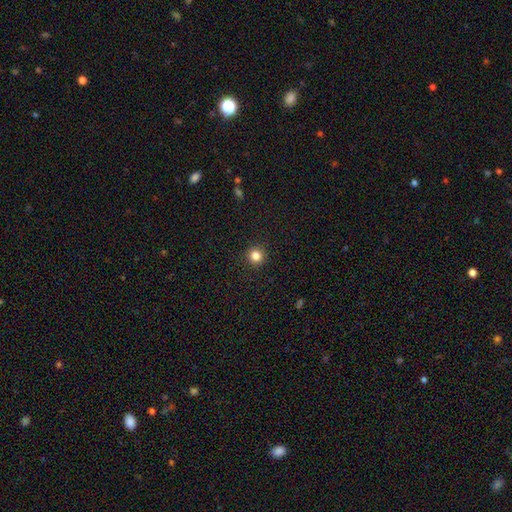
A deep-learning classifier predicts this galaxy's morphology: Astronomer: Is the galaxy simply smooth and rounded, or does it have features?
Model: smooth — 83%.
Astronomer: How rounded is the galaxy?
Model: round — 94%.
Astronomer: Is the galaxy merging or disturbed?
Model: none — 93%.